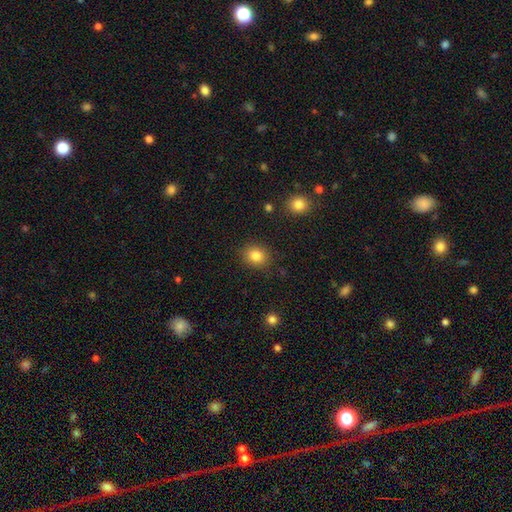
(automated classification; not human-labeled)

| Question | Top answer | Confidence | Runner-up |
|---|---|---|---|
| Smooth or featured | smooth | 84% | star or artifact (10%) |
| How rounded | round | 66% | in between (33%) |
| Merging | none | 86% | minor disturbance (9%) |